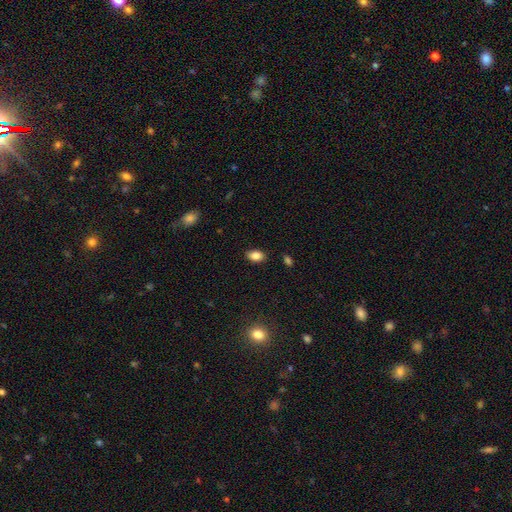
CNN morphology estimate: This appears to be a smooth galaxy with no disk features (85%) that is in between round and cigar-shaped (89%). Merging: none (86%).